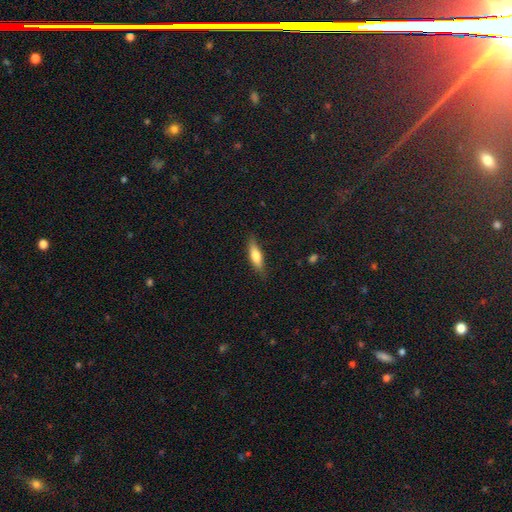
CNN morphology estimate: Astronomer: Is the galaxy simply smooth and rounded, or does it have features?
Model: smooth — 70%.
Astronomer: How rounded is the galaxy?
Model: cigar-shaped — 56% (runner-up: in between, 42%).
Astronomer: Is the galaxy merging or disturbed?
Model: none — 81%.